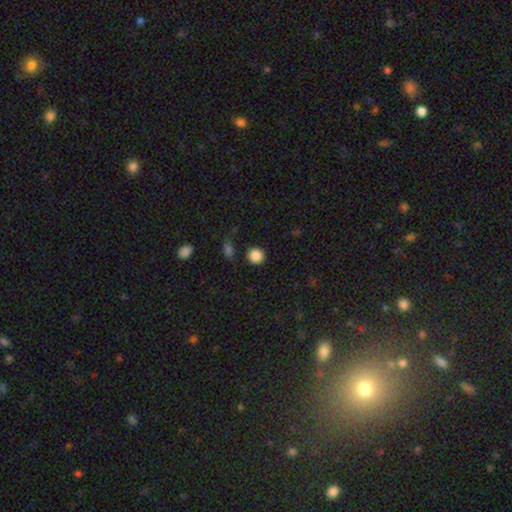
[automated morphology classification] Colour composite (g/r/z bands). It shows a smooth galaxy with no disk features (87%) that is round (92%). Merging: none (87%).